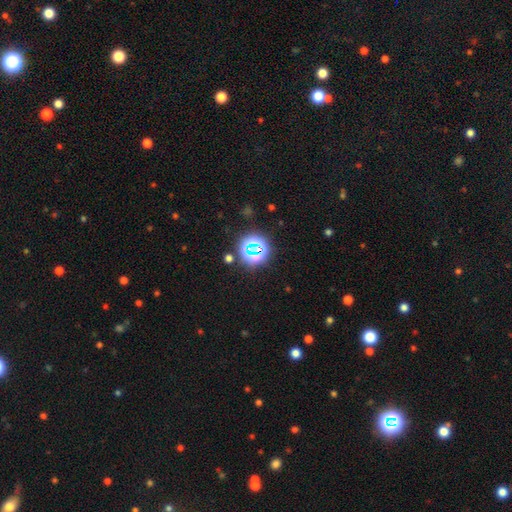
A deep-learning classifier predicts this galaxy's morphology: Smooth or featured? Predicted: star or artifact (p=0.65).